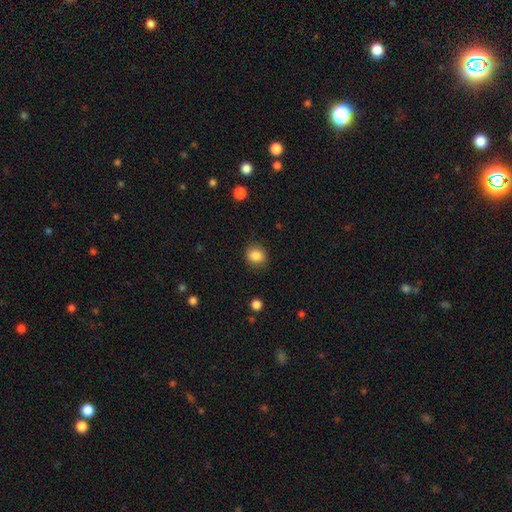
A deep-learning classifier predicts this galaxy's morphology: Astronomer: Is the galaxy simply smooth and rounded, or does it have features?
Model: smooth — 86%.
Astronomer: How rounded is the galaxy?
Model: round — 76%.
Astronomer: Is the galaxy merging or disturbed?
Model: none — 87%.